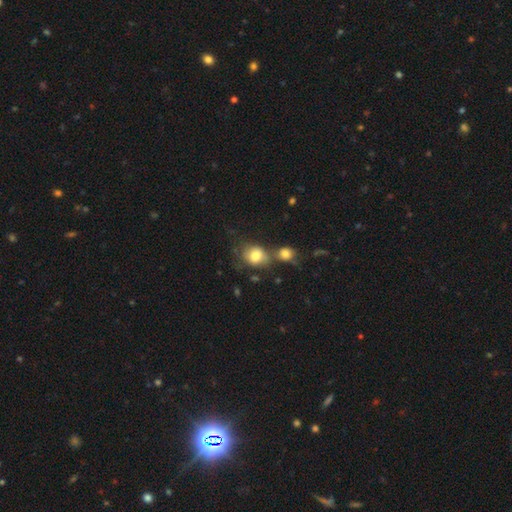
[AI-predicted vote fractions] Smooth or featured? Predicted: smooth (p=0.79). How rounded? Predicted: round (p=0.64). Merging? Predicted: none (p=0.41).